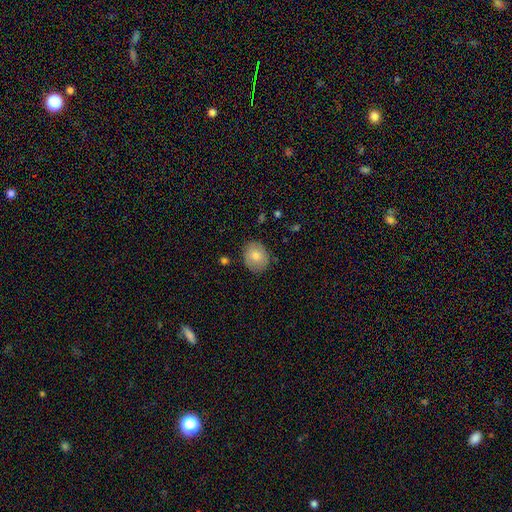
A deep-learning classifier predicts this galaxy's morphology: smooth-or-featured: smooth: 79% | featured or disk: 13% | star or artifact: 7%
  how-rounded: round: 67% | in between: 32% | cigar-shaped: 1%
  merging: none: 82% | minor disturbance: 13% | major disturbance: 3% | merger: 1%